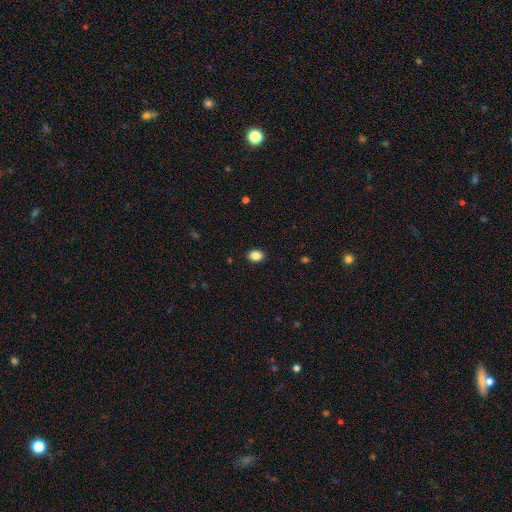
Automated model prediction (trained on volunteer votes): This appears to be a smooth galaxy with no disk features (87%) that is in between round and cigar-shaped (63%). Merging: none (90%).